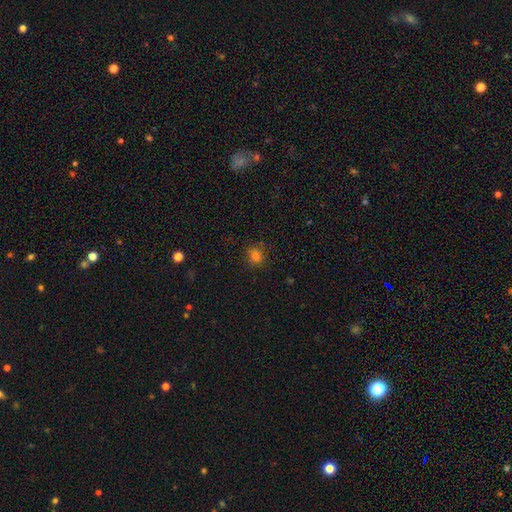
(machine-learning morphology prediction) A smooth galaxy with no disk features (76%) that is round (80%).

Vote fractions:
- Smooth or featured? smooth: 76% / star or artifact: 18% / featured or disk: 5%
- How rounded? round: 80% / in between: 19% / cigar-shaped: 1%
- Merging? none: 84% / minor disturbance: 12% / major disturbance: 4% / merger: 1%